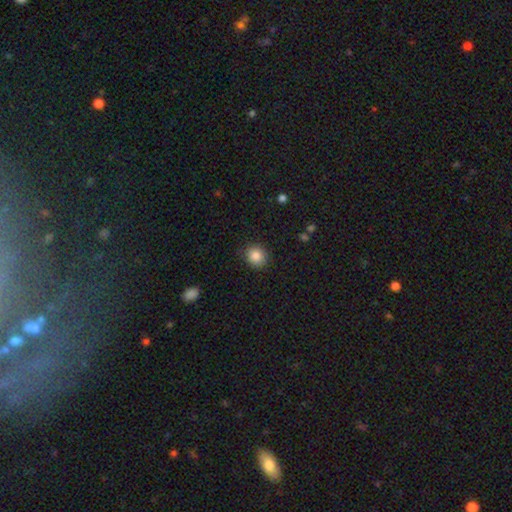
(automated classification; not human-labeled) Smooth or featured?
  - smooth: 86% *
  - star or artifact: 9%
  - featured or disk: 5%
How rounded?
  - round: 82% *
  - in between: 17%
  - cigar-shaped: 1%
Merging?
  - none: 89% *
  - minor disturbance: 8%
  - major disturbance: 2%
  - merger: 1%